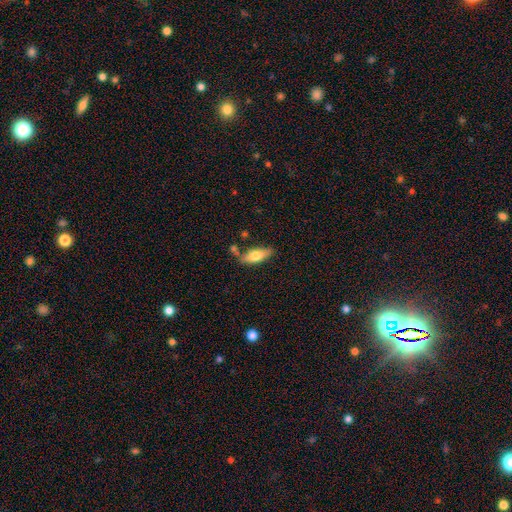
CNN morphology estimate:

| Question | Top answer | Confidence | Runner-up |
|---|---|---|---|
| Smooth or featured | smooth | 66% | featured or disk (28%) |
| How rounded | in between | 65% | cigar-shaped (32%) |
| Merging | none | 71% | minor disturbance (17%) |